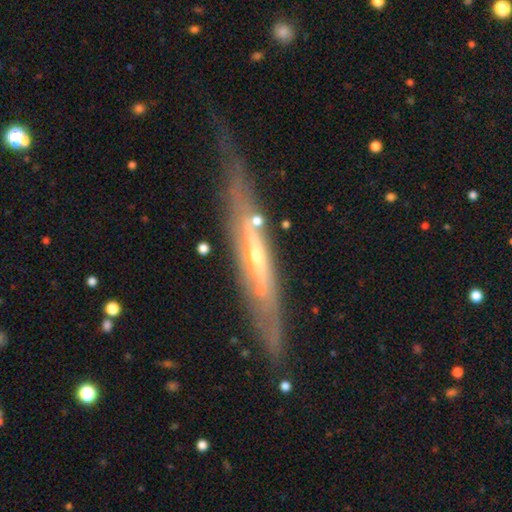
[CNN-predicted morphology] Smooth or featured: featured or disk — 80% (smooth — 14%)
Edge-on disk: yes — 74% (no — 26%)
Edge-on bulge: rounded — 58% (none — 34%)
Merging: none — 64% (minor disturbance — 22%)